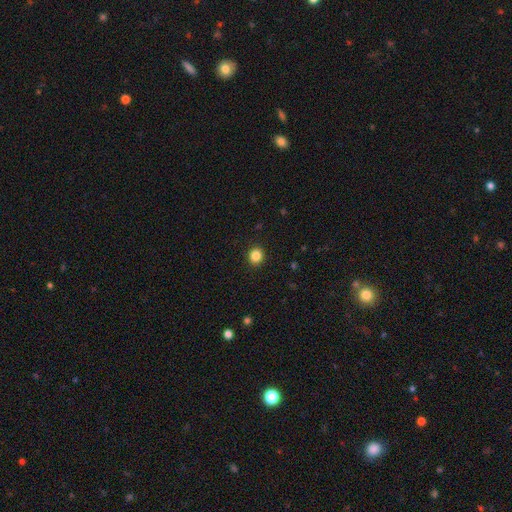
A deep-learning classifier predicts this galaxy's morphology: Smooth or featured?
  - smooth: 85% *
  - star or artifact: 11%
  - featured or disk: 4%
How rounded?
  - round: 84% *
  - in between: 15%
  - cigar-shaped: 1%
Merging?
  - none: 92% *
  - minor disturbance: 5%
  - major disturbance: 2%
  - merger: 1%